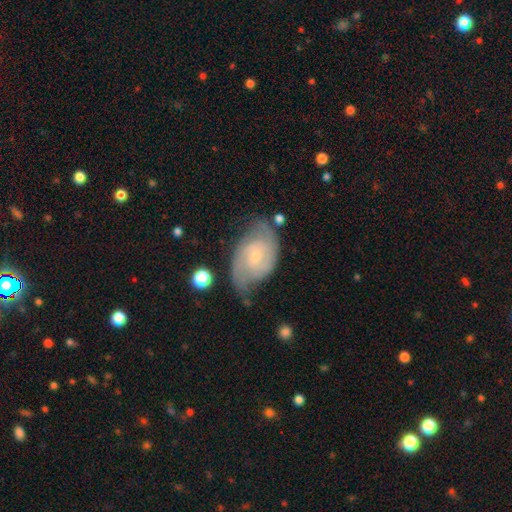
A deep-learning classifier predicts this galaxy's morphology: smooth_or_featured: featured or disk (p=0.75) [alt: smooth p=0.19]
disk_edge_on: no (p=0.97) [alt: yes p=0.03]
bar: no (p=0.57) [alt: weak p=0.37]
has_spiral_arms: yes (p=0.93) [alt: no p=0.07]
spiral_winding: medium (p=0.43) [alt: tight p=0.40]
spiral_arm_count: 2 (p=0.72) [alt: can't tell p=0.16]
bulge_size: small (p=0.73) [alt: moderate p=0.19]
merging: none (p=0.58) [alt: minor disturbance p=0.27]